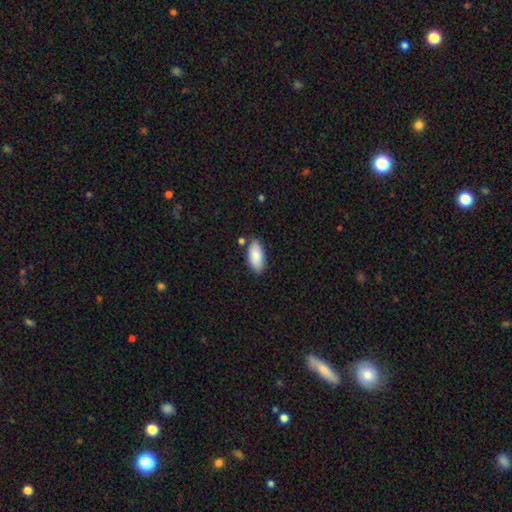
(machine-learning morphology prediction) Overall: smooth (85%). How rounded: in between (92%). Merging: none (80%).